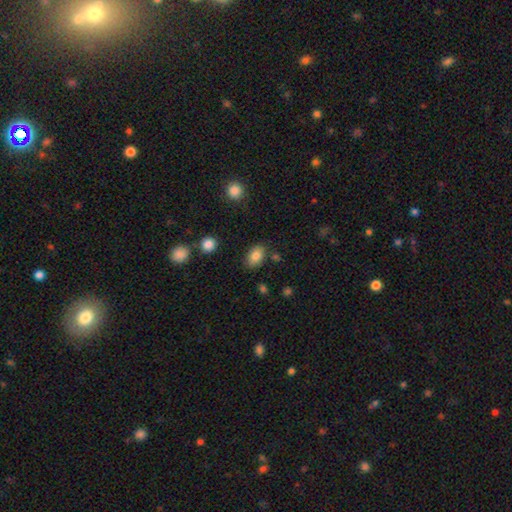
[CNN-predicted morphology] A smooth galaxy with no disk features (83%) that is in between round and cigar-shaped (83%). Merging: none (80%).